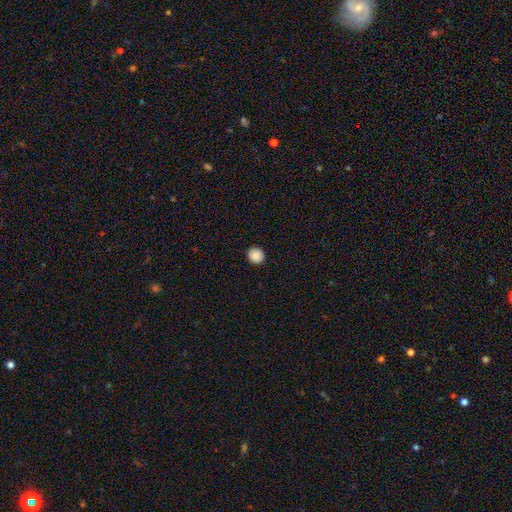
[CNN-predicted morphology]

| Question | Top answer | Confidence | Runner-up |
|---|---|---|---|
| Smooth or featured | smooth | 89% | star or artifact (9%) |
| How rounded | round | 92% | in between (7%) |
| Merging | none | 93% | minor disturbance (5%) |